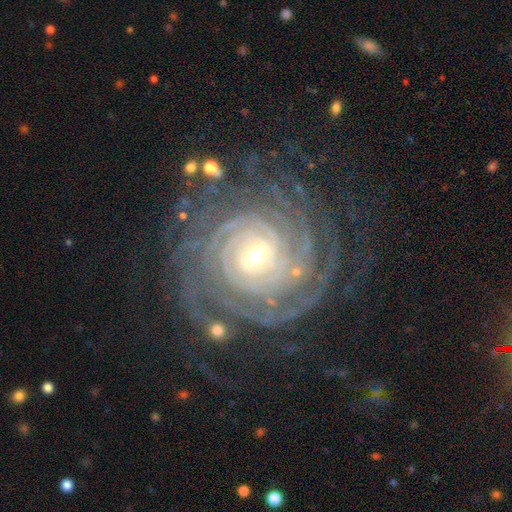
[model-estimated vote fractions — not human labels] The model was most divided on "spiral arm count": more than 4: 23%, 4: 22%, can't tell: 20%, 3: 13%, 2: 12%, 1: 9%. Remaining: spiral arms — yes (98%); edge-on disk — no (97%); smooth or featured — featured or disk (92%); spiral winding — tight (84%); merging — none (74%); bulge size — moderate (48%); bar — weak (47%).